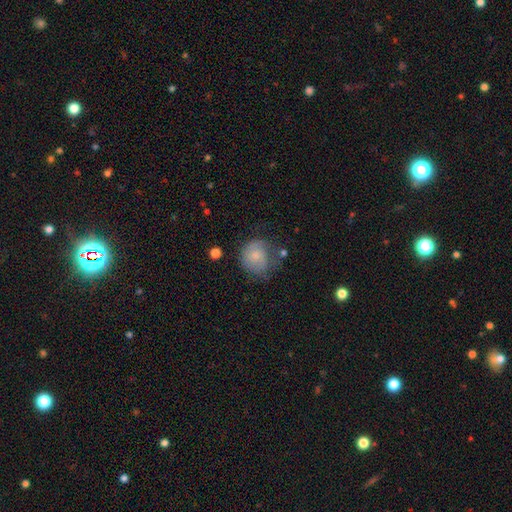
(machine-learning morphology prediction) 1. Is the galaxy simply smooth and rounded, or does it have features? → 68% smooth, 24% featured or disk, 8% star or artifact.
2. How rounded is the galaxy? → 82% round, 17% in between, 1% cigar-shaped.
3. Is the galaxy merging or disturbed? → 51% none, 28% minor disturbance, 17% major disturbance, 4% merger.